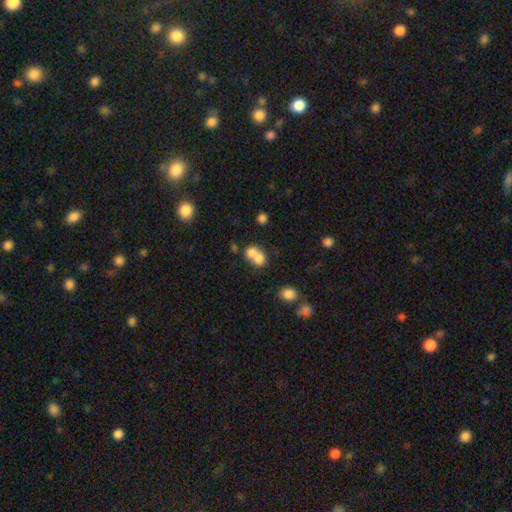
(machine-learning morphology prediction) A smooth galaxy with no disk features (72%) that is round (62%).

Vote fractions:
- Smooth or featured? smooth: 72% / featured or disk: 17% / star or artifact: 10%
- How rounded? round: 62% / in between: 36% / cigar-shaped: 1%
- Merging? merger: 69% / none: 22% / minor disturbance: 5% / major disturbance: 3%